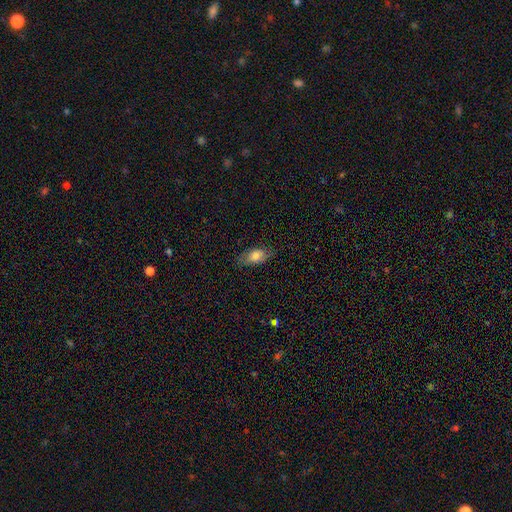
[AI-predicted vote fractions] Smooth or featured? smooth (70%)
How rounded? in between (87%)
Merging? none (73%)